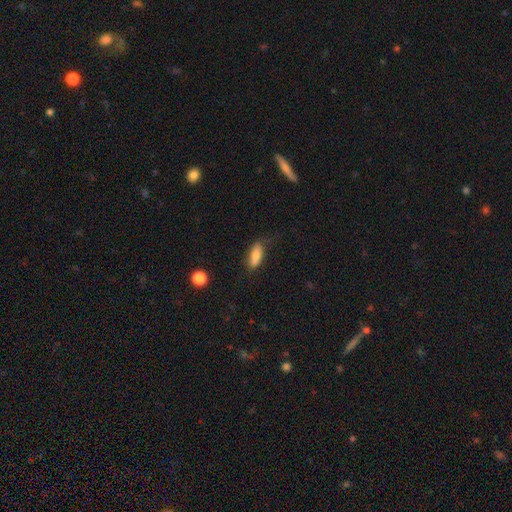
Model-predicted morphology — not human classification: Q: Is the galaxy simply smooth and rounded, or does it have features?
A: smooth — 79%.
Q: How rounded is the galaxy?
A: in between — 73%.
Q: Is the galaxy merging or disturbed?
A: none — 64%.